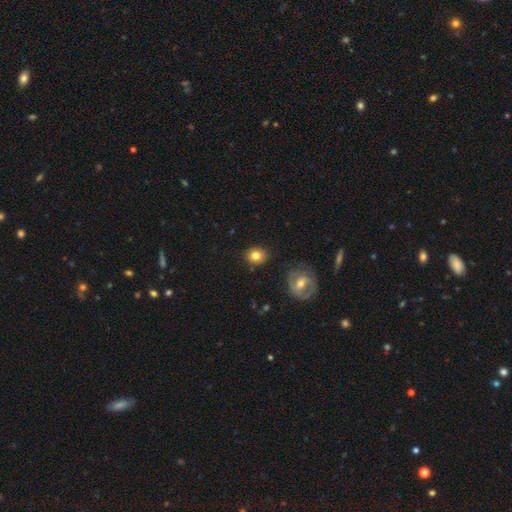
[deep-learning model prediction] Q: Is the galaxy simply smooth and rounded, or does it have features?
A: smooth — 79%.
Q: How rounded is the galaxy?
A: round — 75%.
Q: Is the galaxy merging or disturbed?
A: none — 85%.